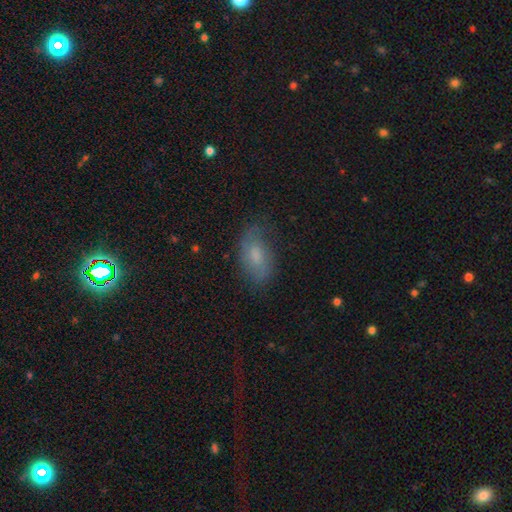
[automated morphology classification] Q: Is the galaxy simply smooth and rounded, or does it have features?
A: smooth — 57%.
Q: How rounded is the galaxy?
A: in between — 90%.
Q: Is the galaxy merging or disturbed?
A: none — 68%.